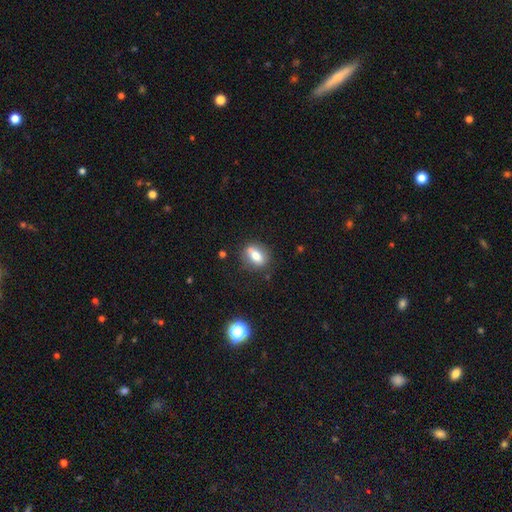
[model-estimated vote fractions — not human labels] Smooth or featured?
  - smooth: 66% *
  - featured or disk: 25%
  - star or artifact: 9%
How rounded?
  - in between: 66% *
  - round: 25%
  - cigar-shaped: 8%
Merging?
  - none: 74% *
  - minor disturbance: 15%
  - merger: 6%
  - major disturbance: 4%